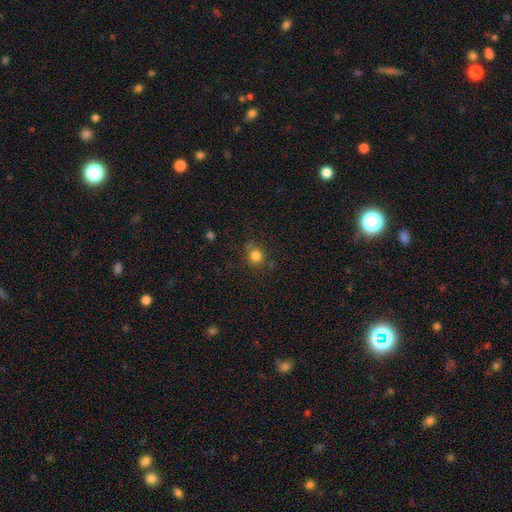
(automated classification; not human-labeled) smooth 82%, star or artifact 13%, featured or disk 5%. Down the decision tree: how rounded — round (88%); merging — none (74%).